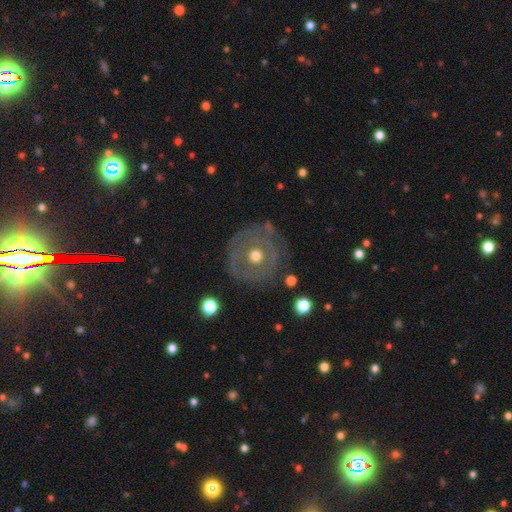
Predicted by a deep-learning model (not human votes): A featured or disk galaxy (55%) with no bar (91%), no spiral arms (82%) and a moderate central bulge (73%). Merging: none (73%).